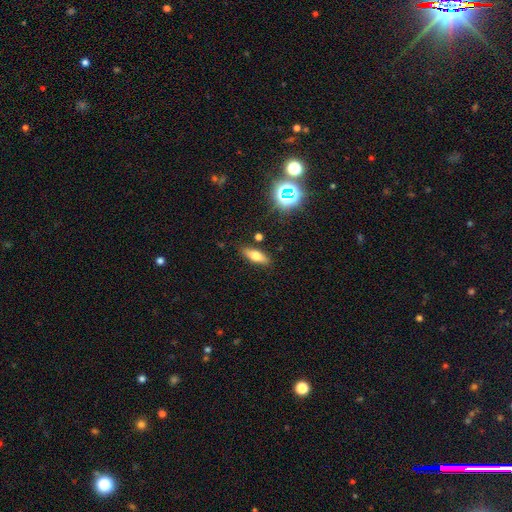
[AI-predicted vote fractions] A smooth galaxy with no disk features (62%) that is in between round and cigar-shaped (60%).

Vote fractions:
- Smooth or featured? smooth: 62% / featured or disk: 27% / star or artifact: 11%
- How rounded? in between: 60% / cigar-shaped: 37% / round: 4%
- Merging? none: 85% / minor disturbance: 10% / merger: 3% / major disturbance: 2%